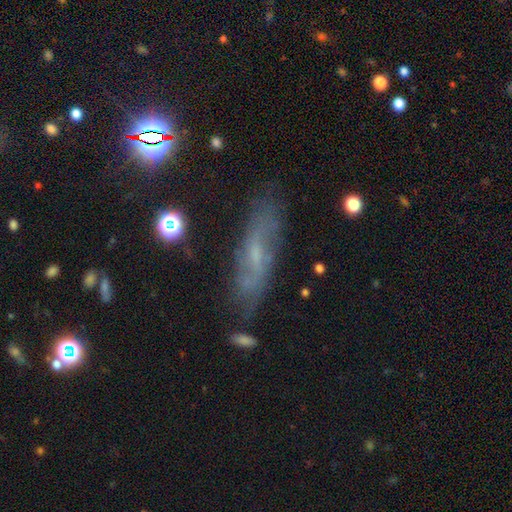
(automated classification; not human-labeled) A featured or disk galaxy (59%).

Vote fractions:
- Smooth or featured? featured or disk: 59% / smooth: 27% / star or artifact: 14%
- Edge-on disk? no: 70% / yes: 30%
- Merging? none: 73% / minor disturbance: 18% / major disturbance: 6% / merger: 3%